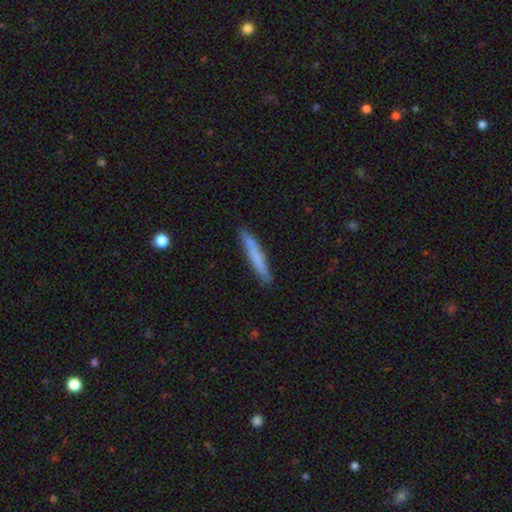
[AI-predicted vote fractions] The model was most divided on "smooth or featured": smooth: 71%, featured or disk: 23%, star or artifact: 6%. More confident: how rounded — cigar-shaped (96%); merging — none (89%).